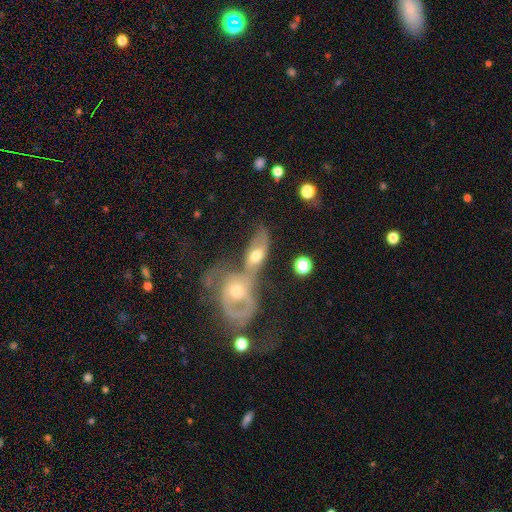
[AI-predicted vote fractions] A featured or disk galaxy (54%).

Vote fractions:
- Smooth or featured? featured or disk: 54% / smooth: 39% / star or artifact: 8%
- Edge-on disk? no: 87% / yes: 13%
- Merging? merger: 66% / none: 17% / minor disturbance: 9% / major disturbance: 9%